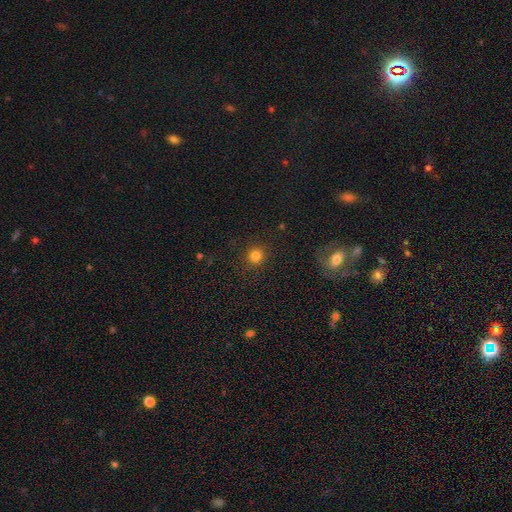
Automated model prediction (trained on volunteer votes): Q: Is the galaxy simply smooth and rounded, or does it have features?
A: smooth — 81%.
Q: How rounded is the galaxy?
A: round — 92%.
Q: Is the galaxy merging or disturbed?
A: none — 89%.